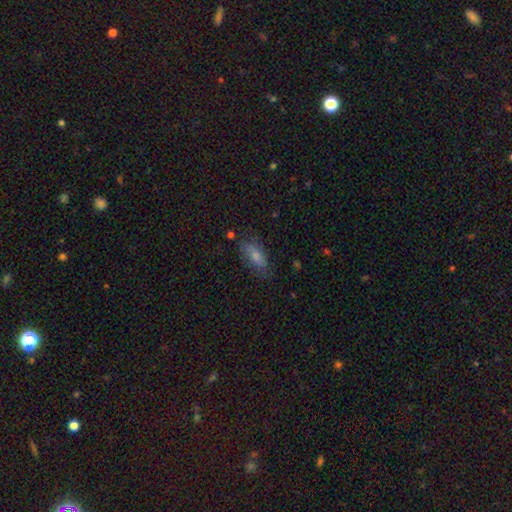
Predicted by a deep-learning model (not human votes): Smooth or featured? Predicted: smooth (p=0.60). How rounded? Predicted: in between (p=0.74). Merging? Predicted: none (p=0.74).